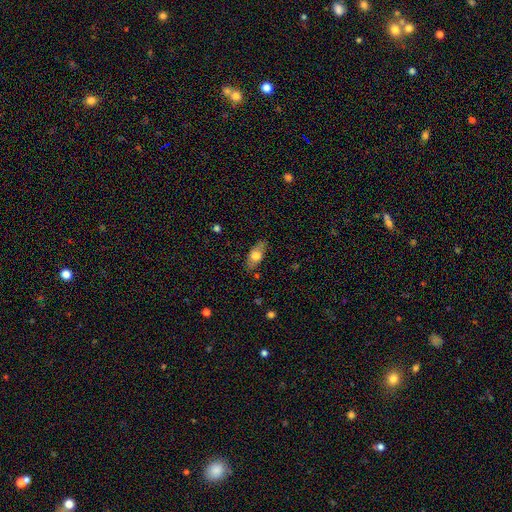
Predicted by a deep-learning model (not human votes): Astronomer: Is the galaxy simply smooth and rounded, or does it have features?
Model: smooth — 70%.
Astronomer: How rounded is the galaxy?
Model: in between — 82%.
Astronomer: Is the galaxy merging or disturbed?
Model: none — 80%.